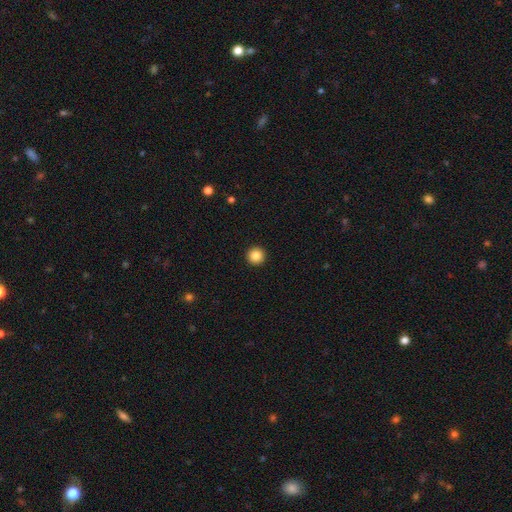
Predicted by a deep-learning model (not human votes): Smooth or featured? Predicted: smooth (p=0.86). How rounded? Predicted: round (p=0.96). Merging? Predicted: none (p=0.94).